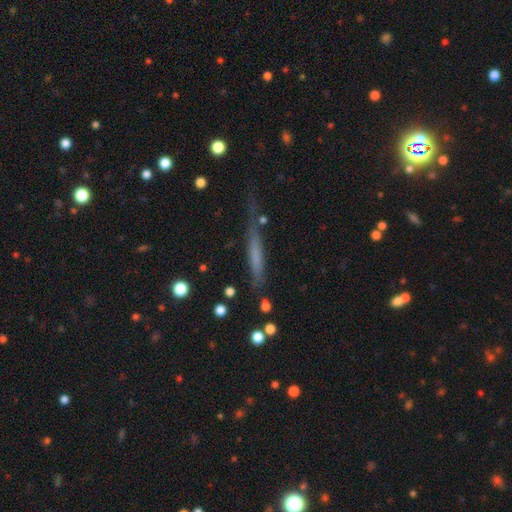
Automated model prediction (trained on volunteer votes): Morphology: type=smooth (51%); roundness=cigar-shaped (93%); merging=none (65%).